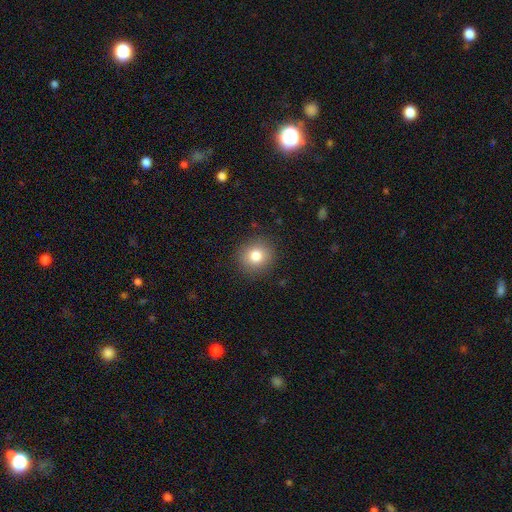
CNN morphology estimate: The model was most divided on "smooth or featured": smooth: 80%, star or artifact: 11%, featured or disk: 9%. More confident: merging — none (89%); how rounded — round (87%).